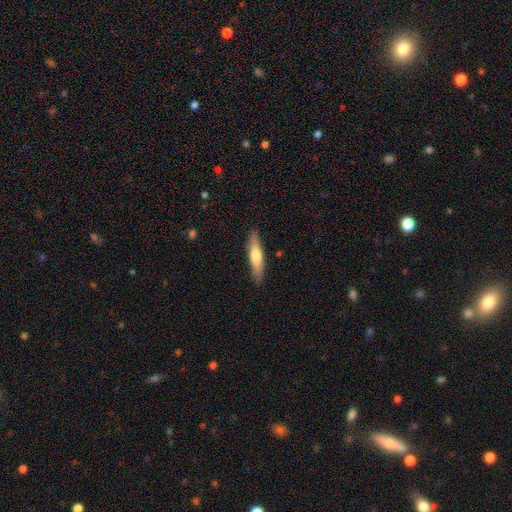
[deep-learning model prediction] Smooth or featured? Predicted: smooth (p=0.58). How rounded? Predicted: cigar-shaped (p=0.83). Merging? Predicted: none (p=0.89).